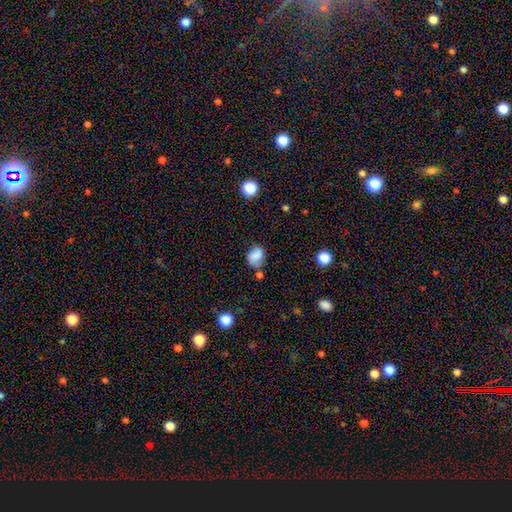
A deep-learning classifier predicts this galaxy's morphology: A smooth galaxy with no disk features (78%) that is in between round and cigar-shaped (52%).

Vote fractions:
- Smooth or featured? smooth: 78% / featured or disk: 11% / star or artifact: 11%
- How rounded? in between: 52% / round: 47% / cigar-shaped: 1%
- Merging? none: 58% / minor disturbance: 25% / merger: 10% / major disturbance: 7%